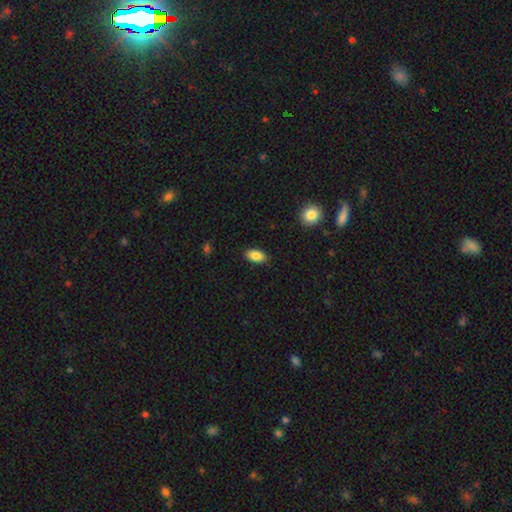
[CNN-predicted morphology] A smooth galaxy with no disk features (86%) that is in between round and cigar-shaped (92%).

Vote fractions:
- Smooth or featured? smooth: 86% / star or artifact: 8% / featured or disk: 6%
- How rounded? in between: 92% / round: 4% / cigar-shaped: 4%
- Merging? none: 87% / minor disturbance: 10% / major disturbance: 2% / merger: 1%